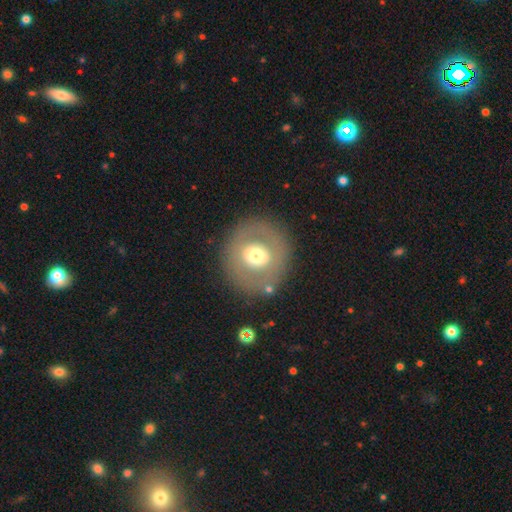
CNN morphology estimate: A smooth galaxy with no disk features (52%) that is round (90%). Merging: none (83%).